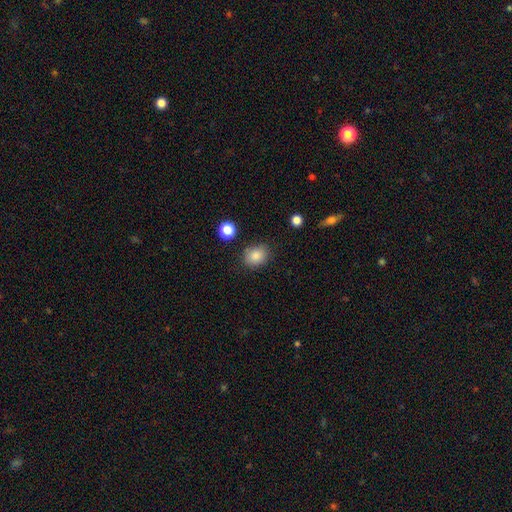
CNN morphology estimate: A smooth galaxy with no disk features (86%) that is round (50%).

Vote fractions:
- Smooth or featured? smooth: 86% / star or artifact: 9% / featured or disk: 5%
- How rounded? round: 50% / in between: 49% / cigar-shaped: 1%
- Merging? none: 80% / minor disturbance: 13% / major disturbance: 3% / merger: 3%